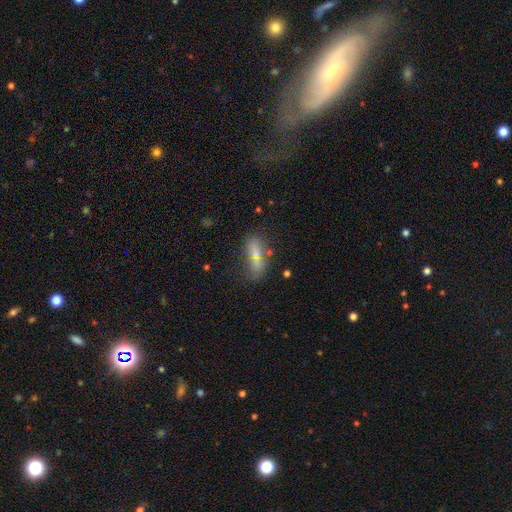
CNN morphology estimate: smooth_or_featured: smooth (p=0.59) [alt: featured or disk p=0.25]
how_rounded: in between (p=0.65) [alt: cigar-shaped p=0.27]
merging: none (p=0.50) [alt: minor disturbance p=0.20]